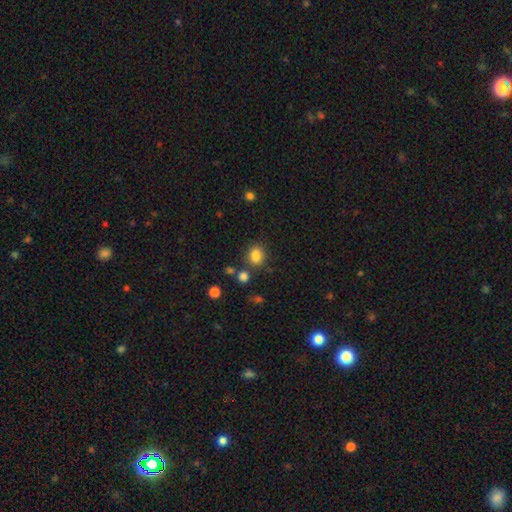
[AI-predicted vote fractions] Smooth or featured? smooth (84%)
How rounded? round (59%)
Merging? none (78%)